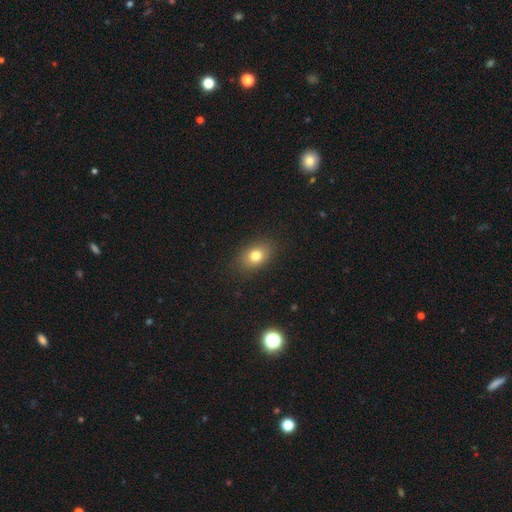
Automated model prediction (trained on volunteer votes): Smooth or featured?
  - smooth: 79% *
  - star or artifact: 11%
  - featured or disk: 10%
How rounded?
  - in between: 72% *
  - round: 26%
  - cigar-shaped: 2%
Merging?
  - none: 86% *
  - minor disturbance: 10%
  - major disturbance: 3%
  - merger: 1%